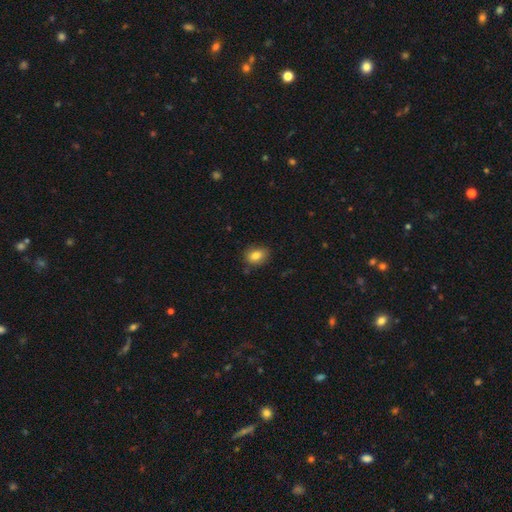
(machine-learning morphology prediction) type=smooth (82%); roundness=in between (64%); merging=none (82%).